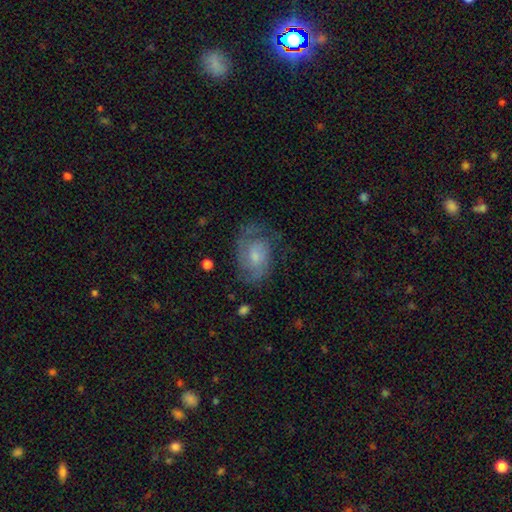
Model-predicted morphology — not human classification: A featured or disk galaxy (67%) with no bar (63%), 2 (53%) medium (45%) spiral arms (88%) and a small central bulge (49%). Merging: none (59%).